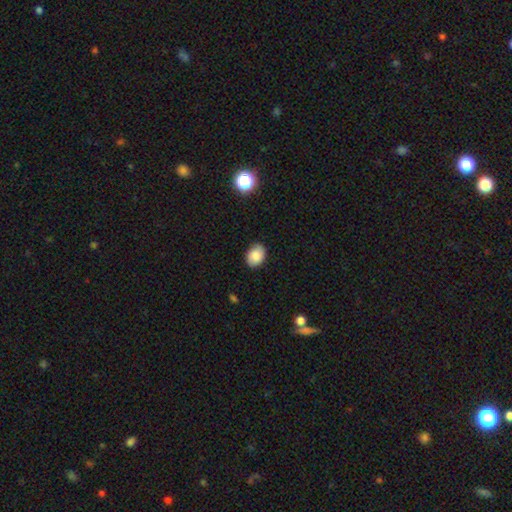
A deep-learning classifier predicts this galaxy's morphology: smooth 82%, featured or disk 10%, star or artifact 8%. Down the decision tree: how rounded — in between (67%); merging — none (84%).